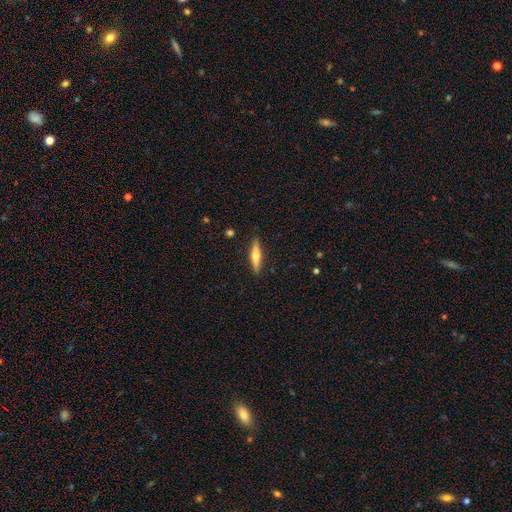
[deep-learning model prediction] Q: Smooth or featured?
A: smooth (47%); tied with: featured or disk (47%)
Q: Merging?
A: none (90%); runner-up: minor disturbance (7%)